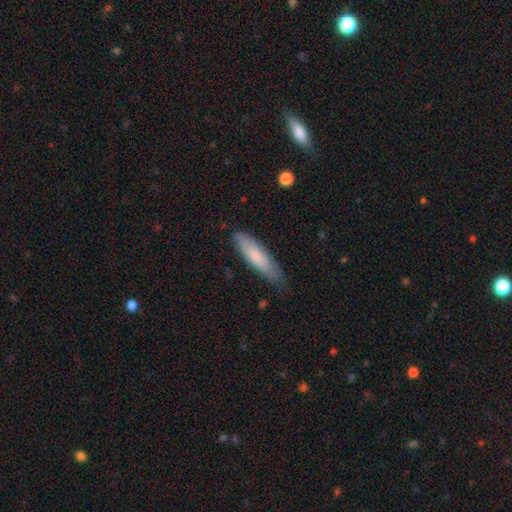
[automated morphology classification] A smooth galaxy with no disk features (77%) that is cigar-shaped (71%). Merging: none (69%).